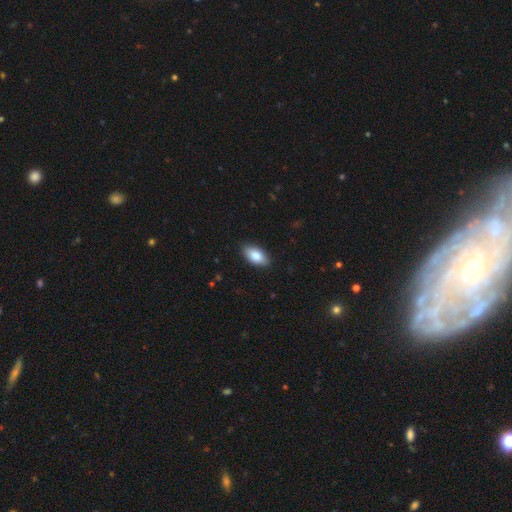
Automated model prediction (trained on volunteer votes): This appears to be a smooth galaxy with no disk features (86%) that is in between round and cigar-shaped (93%). Merging: none (87%).